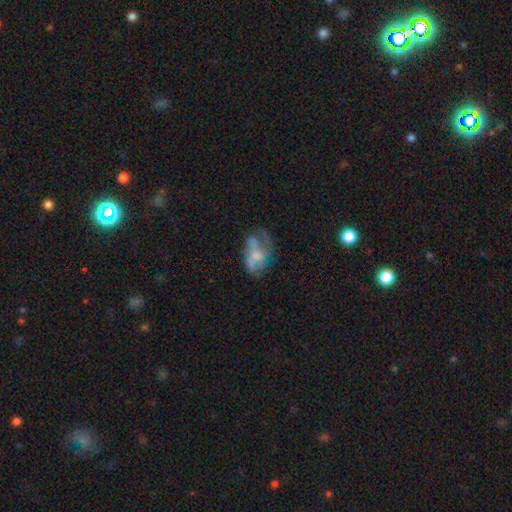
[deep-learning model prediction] This appears to be a featured or disk galaxy (57%) with no bar (75%), spiral arms (53%) and a moderate central bulge (32%). Merging: major disturbance (37%).